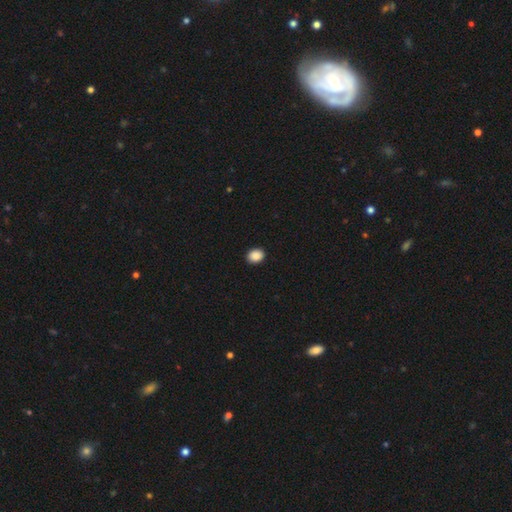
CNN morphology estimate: This is clearly a smooth galaxy (90%). How rounded: possibly in between (50%). Merging: clearly none (92%).